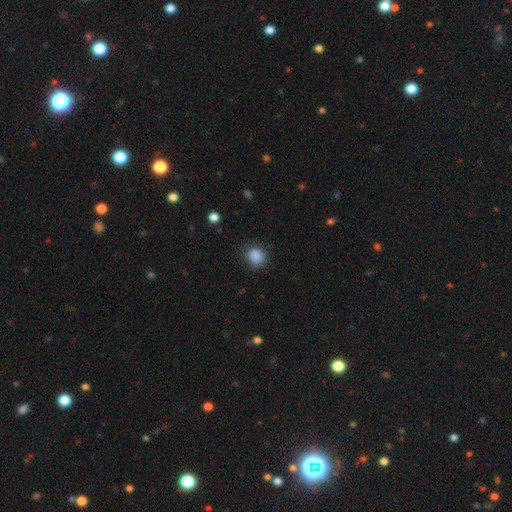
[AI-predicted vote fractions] Smooth or featured? Predicted: smooth (p=0.87). How rounded? Predicted: round (p=0.82). Merging? Predicted: none (p=0.82).